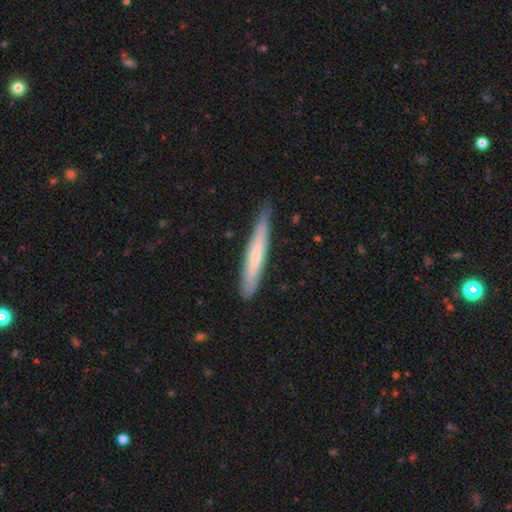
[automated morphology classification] Smooth or featured: smooth — 59% (featured or disk — 36%)
How rounded: cigar-shaped — 95% (in between — 4%)
Merging: none — 81% (minor disturbance — 16%)